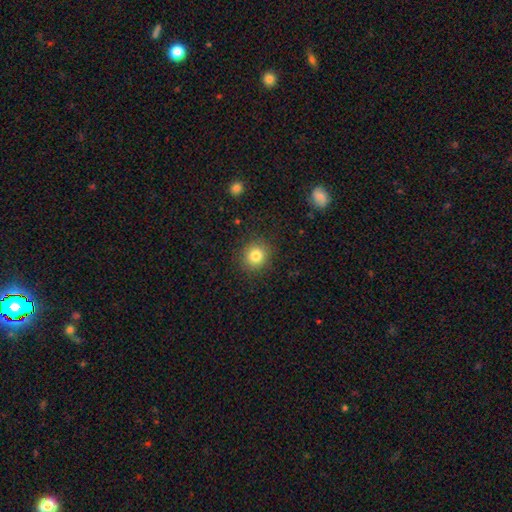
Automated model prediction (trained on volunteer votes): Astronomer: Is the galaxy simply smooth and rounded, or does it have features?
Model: smooth — 82%.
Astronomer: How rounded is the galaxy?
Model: round — 89%.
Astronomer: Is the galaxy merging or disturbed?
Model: none — 89%.